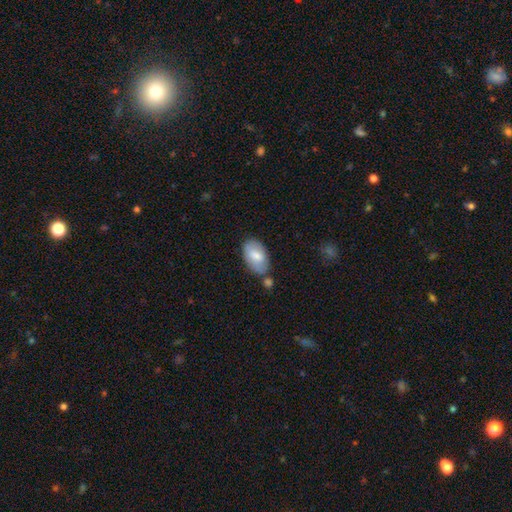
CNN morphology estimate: Overall: smooth (73%). How rounded: in between (94%). Merging: none (60%; minor disturbance 21%).